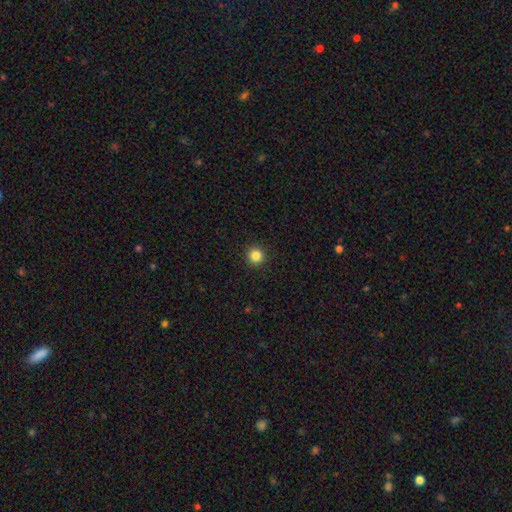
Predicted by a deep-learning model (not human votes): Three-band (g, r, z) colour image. It shows a smooth galaxy with no disk features (84%) that is round (95%). Merging: none (93%).